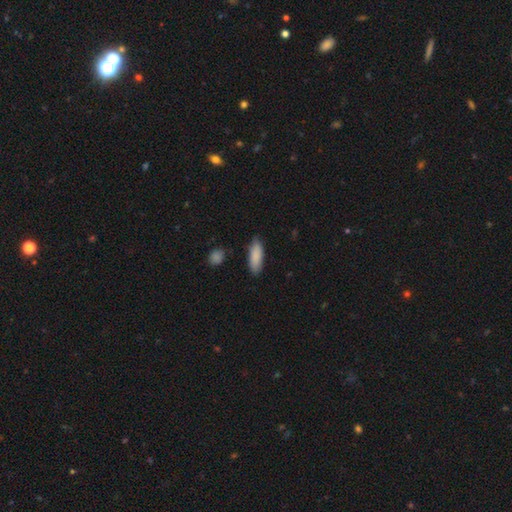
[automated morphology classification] Overall: smooth (88%). How rounded: in between (64%; cigar-shaped 34%). Merging: none (83%).